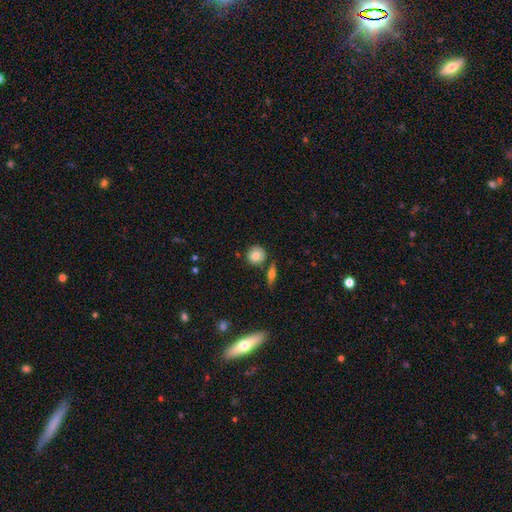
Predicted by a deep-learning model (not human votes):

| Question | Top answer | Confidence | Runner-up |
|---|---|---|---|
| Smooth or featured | smooth | 76% | featured or disk (16%) |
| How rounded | round | 89% | in between (10%) |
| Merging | none | 78% | minor disturbance (10%) |